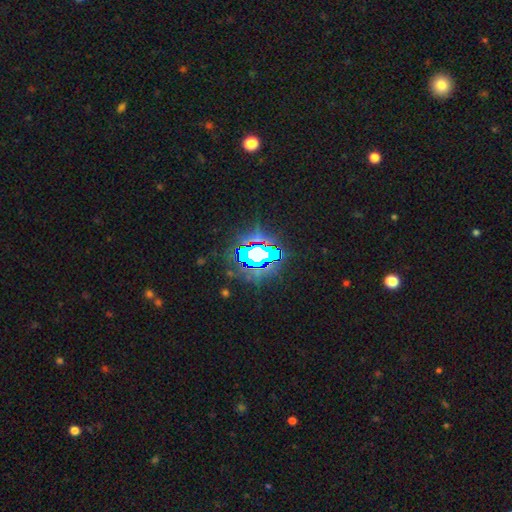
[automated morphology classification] A star or artifact, not a galaxy (73%).

Vote fractions:
- Smooth or featured? star or artifact: 73% / featured or disk: 15% / smooth: 12%